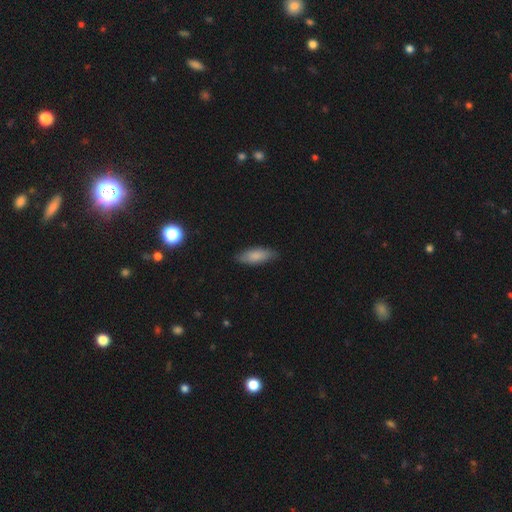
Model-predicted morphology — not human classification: smooth_or_featured: smooth (p=0.84) [alt: featured or disk p=0.10]
how_rounded: in between (p=0.69) [alt: cigar-shaped p=0.29]
merging: none (p=0.83) [alt: minor disturbance p=0.13]